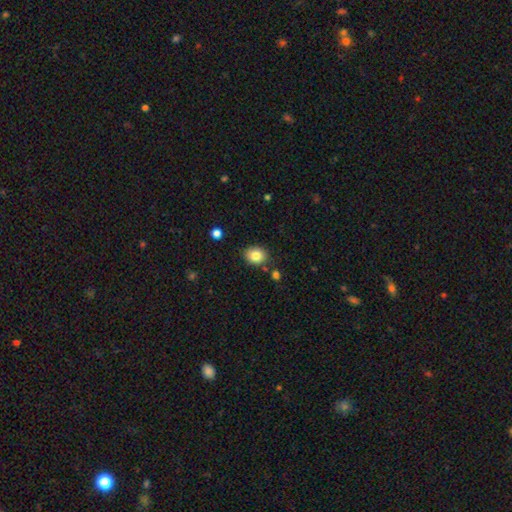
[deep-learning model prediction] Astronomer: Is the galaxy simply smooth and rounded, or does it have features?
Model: smooth — 82%.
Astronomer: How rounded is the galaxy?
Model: round — 55% (runner-up: in between, 44%).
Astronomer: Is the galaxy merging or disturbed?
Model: none — 82%.